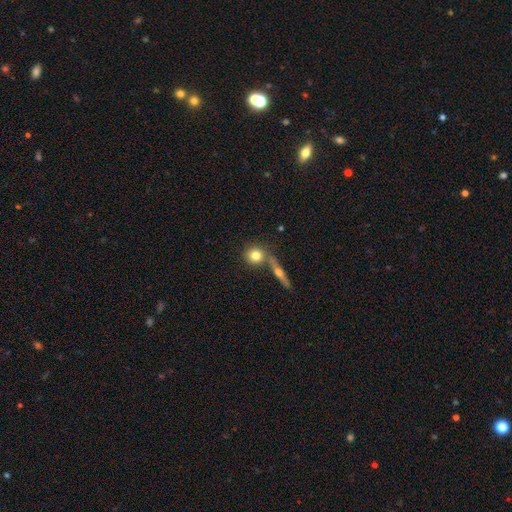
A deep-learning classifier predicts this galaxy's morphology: This is likely a smooth galaxy (75%). How rounded: clearly round (81%). Merging: possibly none (59%).